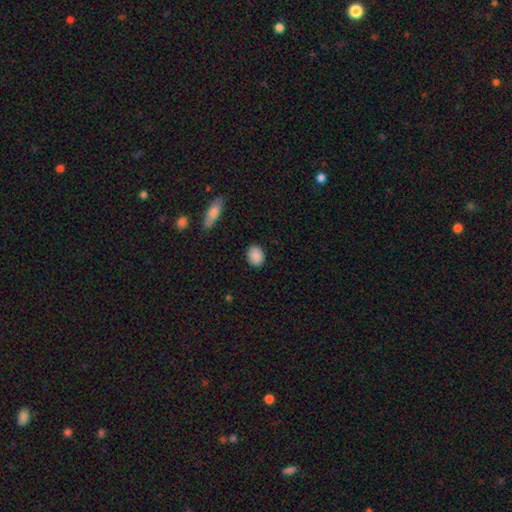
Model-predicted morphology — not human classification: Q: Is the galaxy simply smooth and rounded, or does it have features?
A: smooth — 89%.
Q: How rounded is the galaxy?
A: in between — 57%.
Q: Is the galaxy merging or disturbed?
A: none — 88%.